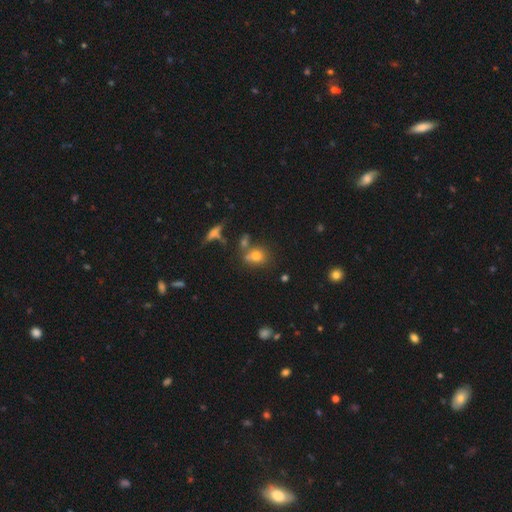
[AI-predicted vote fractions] The model was most divided on "merging": none: 53%, merger: 28%, minor disturbance: 14%, major disturbance: 6%. More confident: smooth or featured — smooth (72%); how rounded — round (62%).